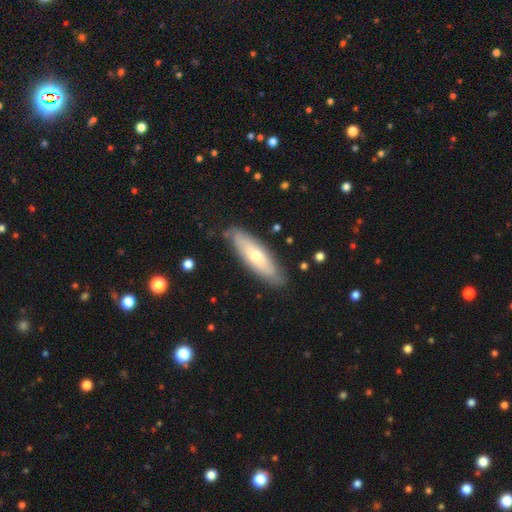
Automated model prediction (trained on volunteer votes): This appears to be a smooth galaxy with no disk features (49%). Merging: none (81%).